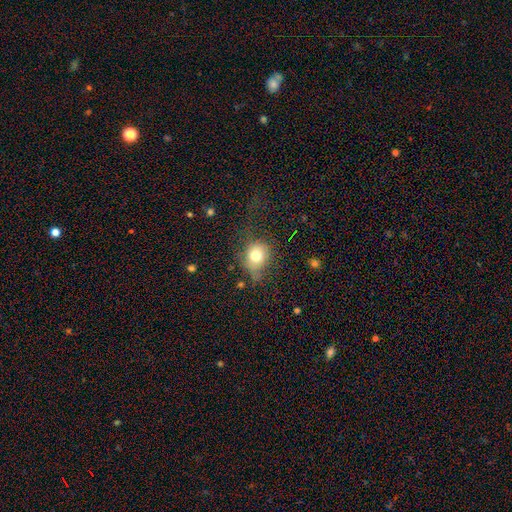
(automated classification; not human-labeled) This appears to be a smooth galaxy with no disk features (75%) that is round (71%). Merging: none (47%).